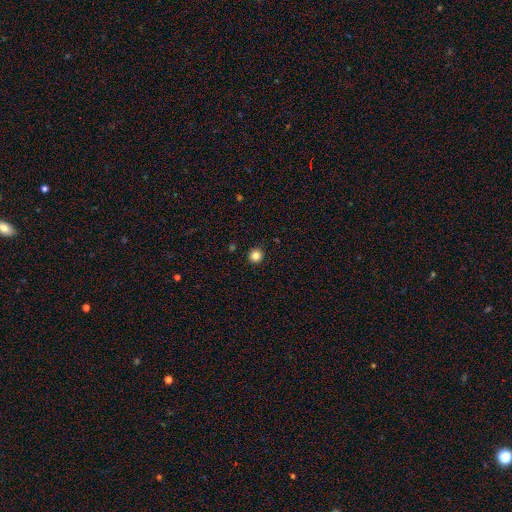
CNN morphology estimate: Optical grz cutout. It shows a smooth galaxy with no disk features (84%) that is round (96%). Merging: none (93%).